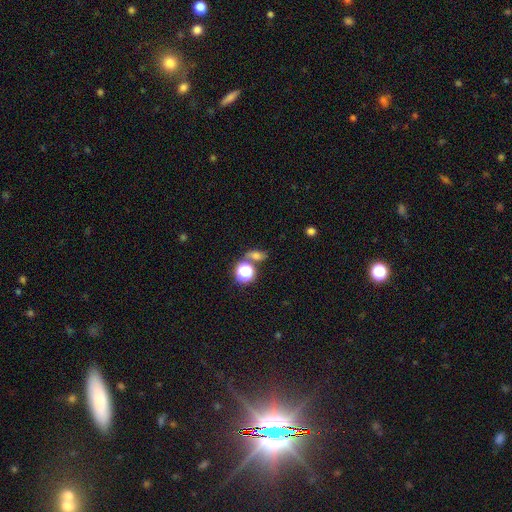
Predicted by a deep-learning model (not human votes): smooth-or-featured: smooth: 59% | star or artifact: 25% | featured or disk: 16%
  how-rounded: in between: 57% | round: 33% | cigar-shaped: 10%
  merging: none: 63% | merger: 17% | minor disturbance: 14% | major disturbance: 6%